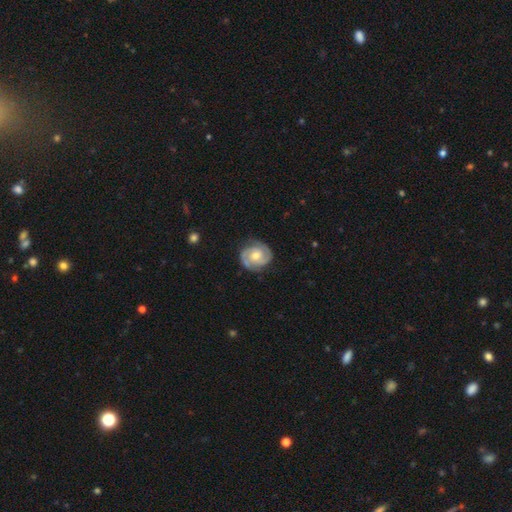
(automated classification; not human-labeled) featured or disk 87%, smooth 8%, star or artifact 4%. Down the decision tree: edge-on disk — no (98%); bar — no (67%); spiral arms — yes (97%); spiral arm count — 2 (87%); spiral winding — tight (63%); bulge size — moderate (64%); merging — none (83%).